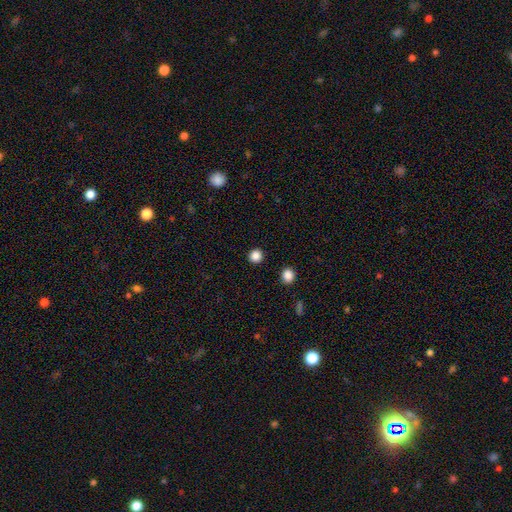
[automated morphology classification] Overall: smooth (86%). How rounded: round (93%). Merging: none (92%).